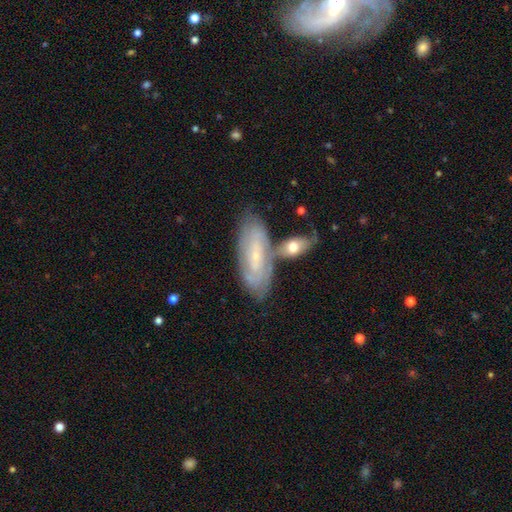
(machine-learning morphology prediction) type=featured or disk (66%); edge-on=no (83%); bar=no (55%); spiral arms=yes (80%); bulge=small (75%); merging=none (55%).